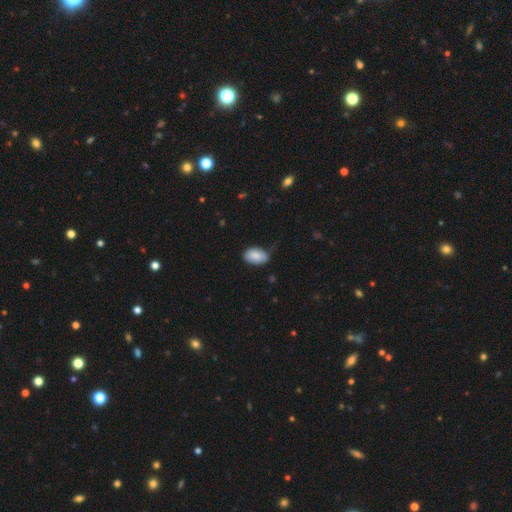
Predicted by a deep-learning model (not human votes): A smooth galaxy with no disk features (85%) that is in between round and cigar-shaped (91%). Merging: none (64%).